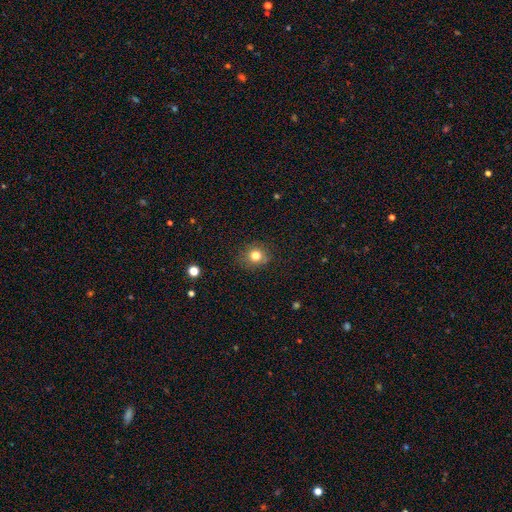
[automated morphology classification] Smooth or featured: smooth — 79% (star or artifact — 13%)
How rounded: round — 78% (in between — 21%)
Merging: none — 83% (minor disturbance — 13%)